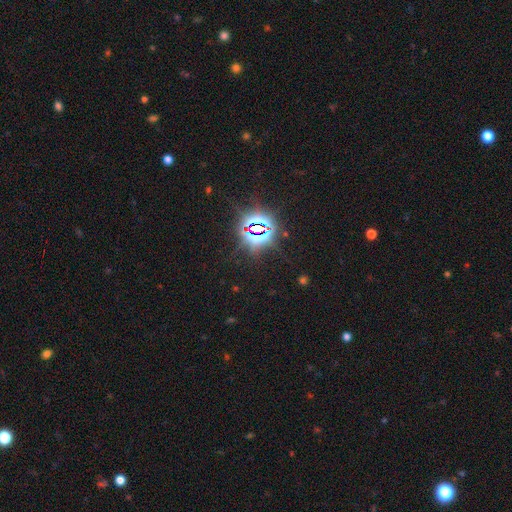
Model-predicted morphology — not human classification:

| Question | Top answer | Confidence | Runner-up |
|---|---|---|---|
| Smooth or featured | star or artifact | 85% | smooth (9%) |